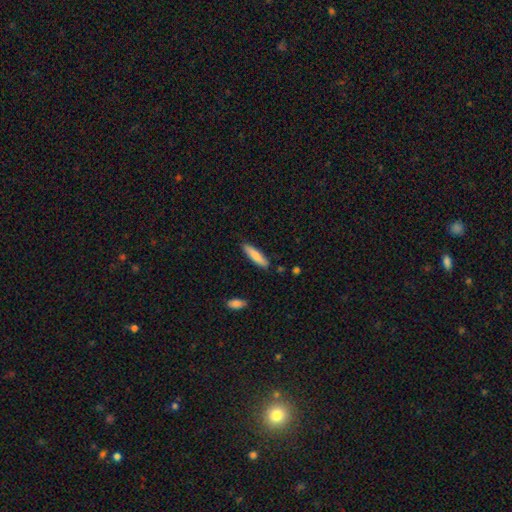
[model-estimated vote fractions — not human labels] Morphology: type=smooth (81%); roundness=cigar-shaped (80%); merging=none (87%).